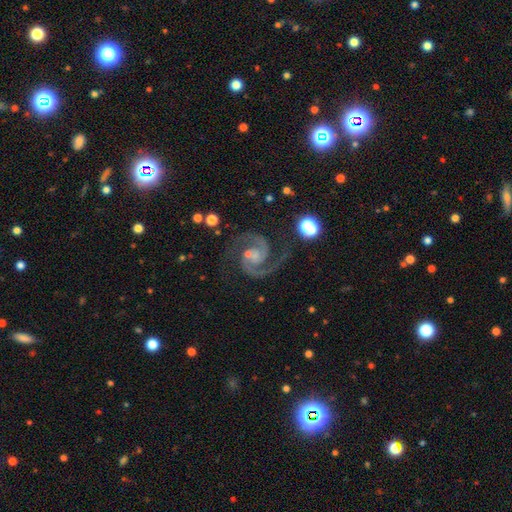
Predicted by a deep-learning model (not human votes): A featured or disk galaxy (92%) with no bar (54%), 2 (94%) medium (64%) spiral arms (99%) and a small central bulge (60%). Merging: none (79%).